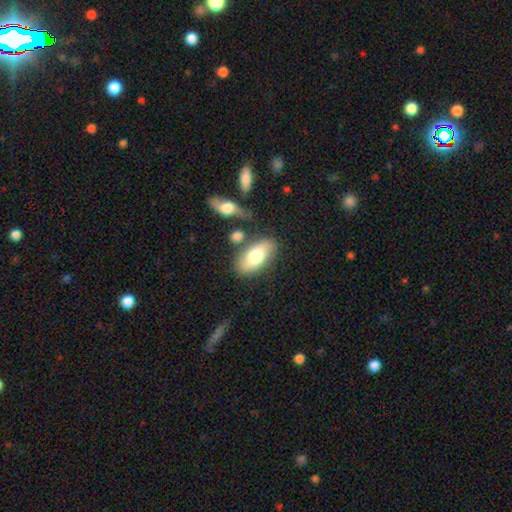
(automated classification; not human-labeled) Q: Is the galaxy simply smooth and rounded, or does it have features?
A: smooth — 68%.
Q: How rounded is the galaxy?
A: in between — 90%.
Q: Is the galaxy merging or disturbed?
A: none — 72%.